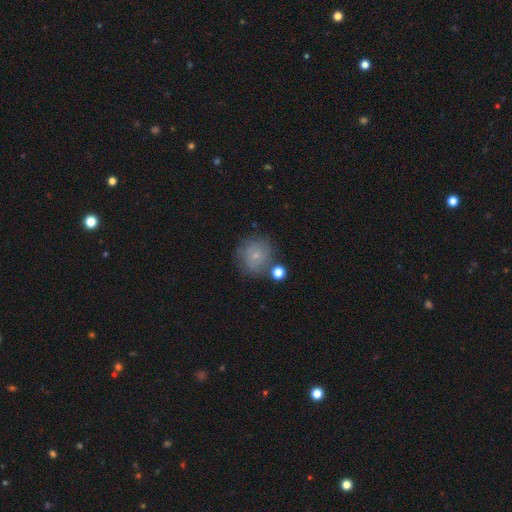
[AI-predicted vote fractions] smooth-or-featured: smooth: 72% | featured or disk: 17% | star or artifact: 11%
  how-rounded: round: 91% | in between: 8% | cigar-shaped: 1%
  merging: none: 69% | minor disturbance: 15% | merger: 10% | major disturbance: 6%